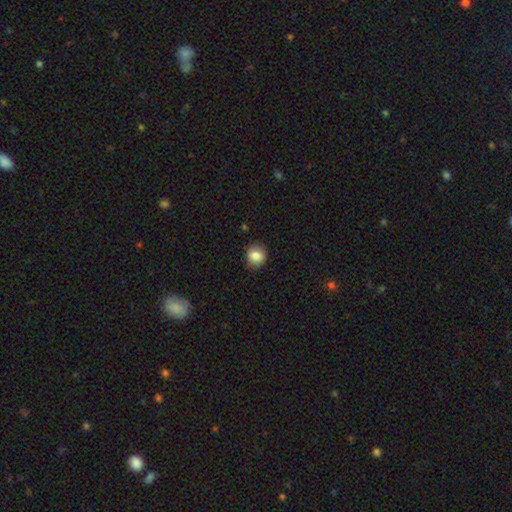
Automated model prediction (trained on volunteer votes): Smooth or featured? smooth (83%)
How rounded? round (76%)
Merging? none (85%)